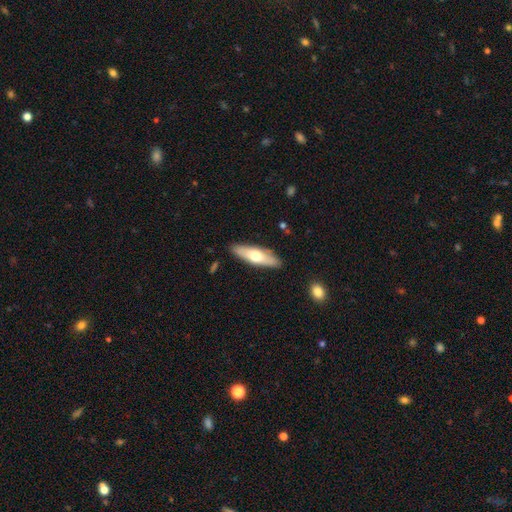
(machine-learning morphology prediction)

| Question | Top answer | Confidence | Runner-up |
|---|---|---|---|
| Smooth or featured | smooth | 55% | featured or disk (39%) |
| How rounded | cigar-shaped | 55% | in between (43%) |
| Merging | none | 88% | minor disturbance (9%) |